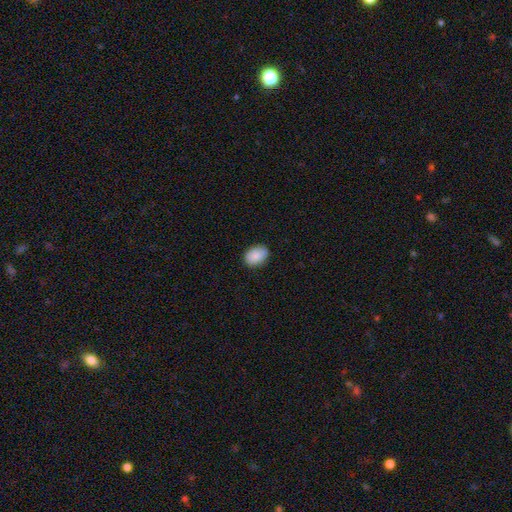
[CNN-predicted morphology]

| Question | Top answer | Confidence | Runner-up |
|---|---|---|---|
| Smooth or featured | smooth | 88% | star or artifact (7%) |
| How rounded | in between | 75% | round (23%) |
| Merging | none | 85% | minor disturbance (12%) |